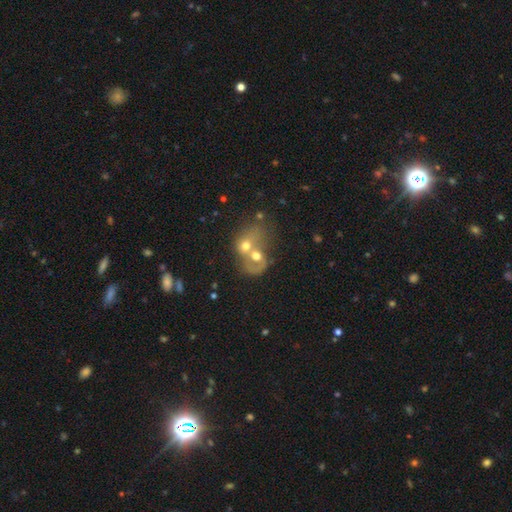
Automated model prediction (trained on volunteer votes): Overall: featured or disk (47%; smooth 42%). Merging: merger (78%).